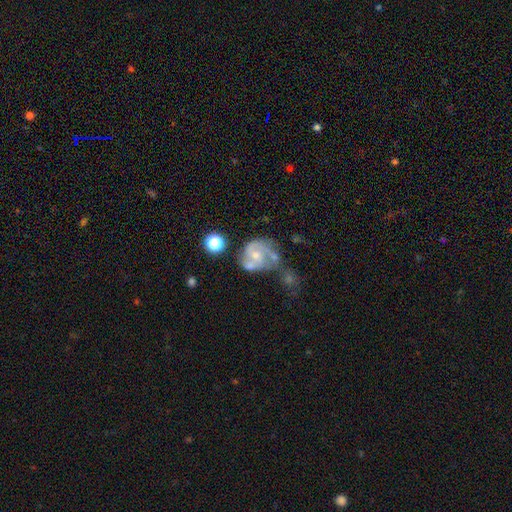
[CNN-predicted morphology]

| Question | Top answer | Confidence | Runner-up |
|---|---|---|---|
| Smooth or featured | featured or disk | 71% | smooth (21%) |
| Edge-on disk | no | 98% | yes (2%) |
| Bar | no | 65% | weak (30%) |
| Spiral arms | yes | 84% | no (16%) |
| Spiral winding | medium | 47% | tight (33%) |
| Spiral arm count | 2 | 61% | can't tell (15%) |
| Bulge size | moderate | 49% | small (41%) |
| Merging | merger | 34% | none (29%) |